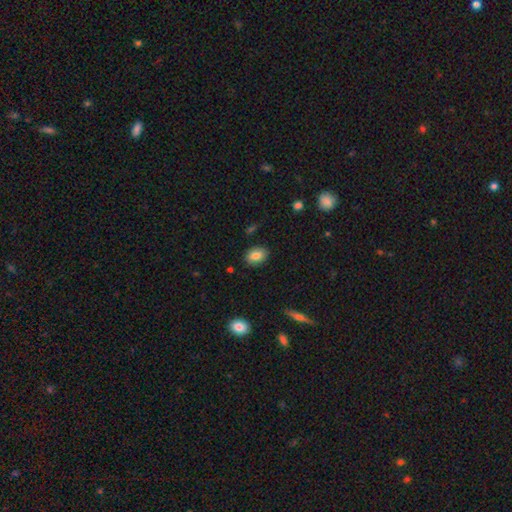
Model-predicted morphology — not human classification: A smooth galaxy with no disk features (83%) that is in between round and cigar-shaped (78%).

Vote fractions:
- Smooth or featured? smooth: 83% / featured or disk: 9% / star or artifact: 8%
- How rounded? in between: 78% / round: 21% / cigar-shaped: 1%
- Merging? none: 85% / minor disturbance: 11% / major disturbance: 2% / merger: 1%